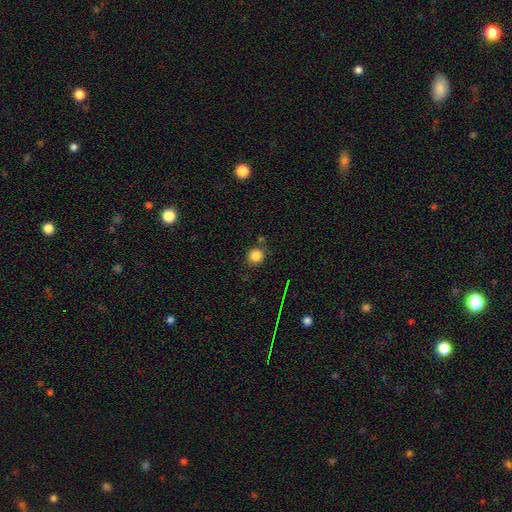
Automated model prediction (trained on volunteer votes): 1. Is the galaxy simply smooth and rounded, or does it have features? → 83% smooth, 12% star or artifact, 5% featured or disk.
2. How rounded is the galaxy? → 88% round, 11% in between, 1% cigar-shaped.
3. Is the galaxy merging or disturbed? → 79% none, 12% minor disturbance, 6% merger, 3% major disturbance.